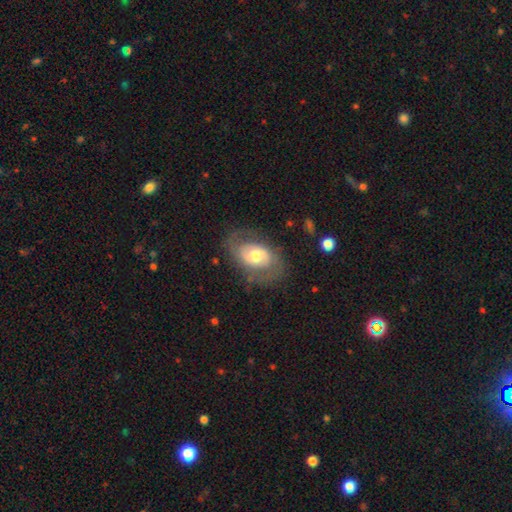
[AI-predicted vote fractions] smooth-or-featured: featured or disk: 58% | smooth: 35% | star or artifact: 7%
  disk-edge-on: no: 94% | yes: 6%
    bar: no: 62% | weak: 30% | strong: 9%
    has-spiral-arms: yes: 64% | no: 36%
    bulge-size: moderate: 67% | large: 15% | small: 15% | dominant: 2% | none: 1%
  merging: none: 67% | minor disturbance: 19% | major disturbance: 13% | merger: 1%